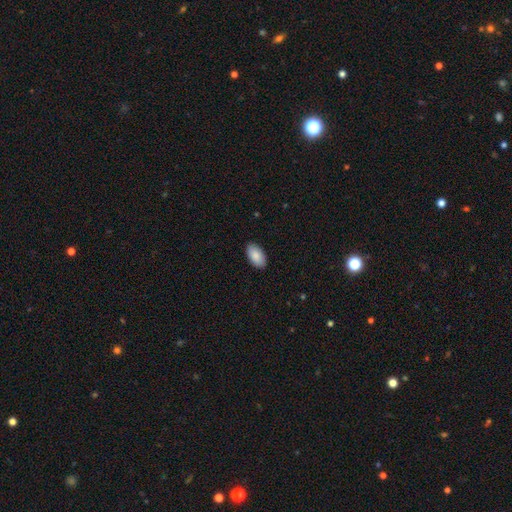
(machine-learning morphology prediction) Overall: smooth (89%). How rounded: in between (96%). Merging: none (90%).